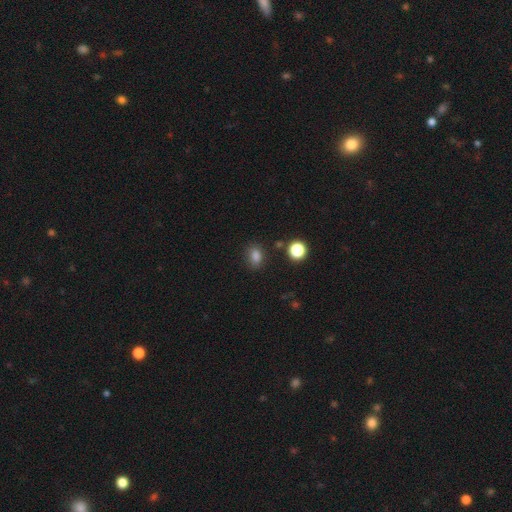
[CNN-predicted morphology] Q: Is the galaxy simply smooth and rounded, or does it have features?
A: smooth — 81%.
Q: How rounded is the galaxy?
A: in between — 69%.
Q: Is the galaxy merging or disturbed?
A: none — 79%.